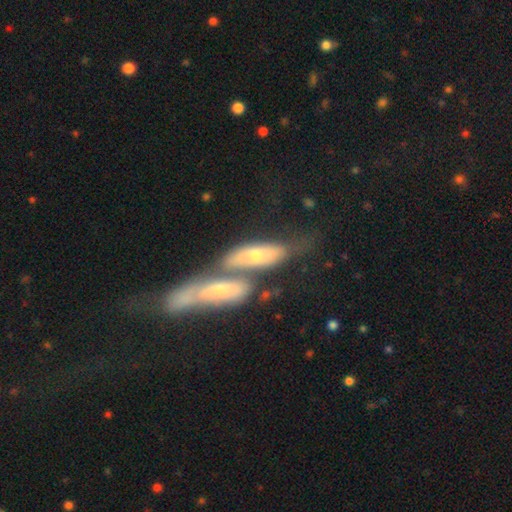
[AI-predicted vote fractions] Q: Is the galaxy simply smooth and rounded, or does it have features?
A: smooth — 55%.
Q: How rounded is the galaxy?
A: in between — 56%.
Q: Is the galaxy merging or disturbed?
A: merger — 52%.